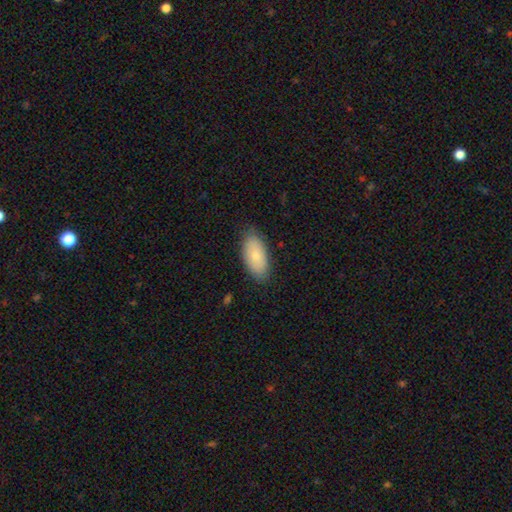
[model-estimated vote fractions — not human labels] The model was most divided on "smooth or featured": smooth: 78%, featured or disk: 16%, star or artifact: 6%. More confident: how rounded — in between (93%); merging — none (83%).